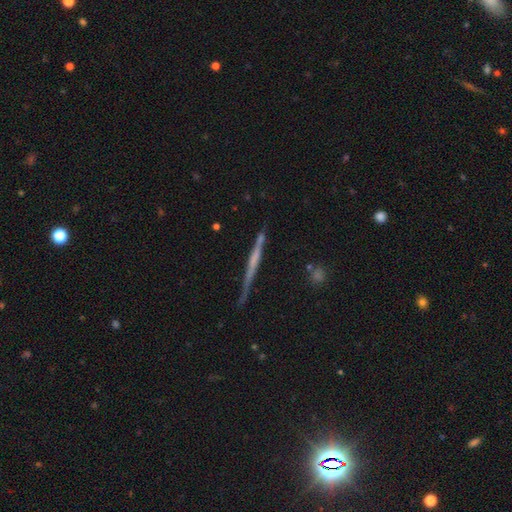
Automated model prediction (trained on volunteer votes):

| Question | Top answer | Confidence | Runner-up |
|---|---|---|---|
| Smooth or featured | featured or disk | 63% | smooth (29%) |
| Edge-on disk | yes | 97% | no (3%) |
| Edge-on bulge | none | 72% | rounded (19%) |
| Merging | none | 83% | minor disturbance (12%) |